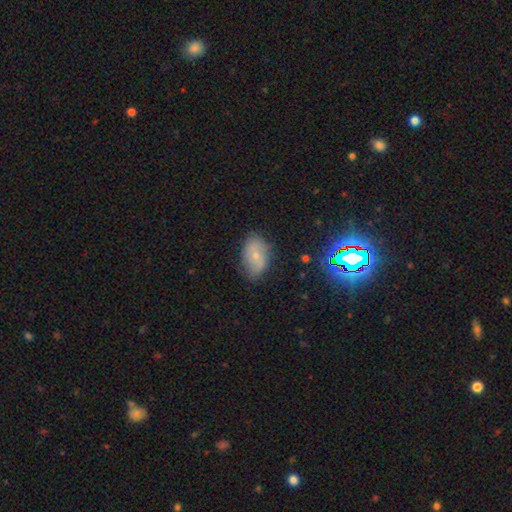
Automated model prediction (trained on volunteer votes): smooth_or_featured: smooth (p=0.56) [alt: featured or disk p=0.31]
how_rounded: in between (p=0.87) [alt: round p=0.12]
merging: none (p=0.70) [alt: minor disturbance p=0.22]